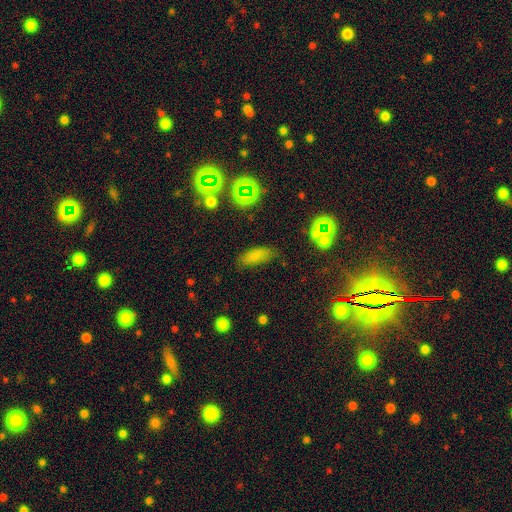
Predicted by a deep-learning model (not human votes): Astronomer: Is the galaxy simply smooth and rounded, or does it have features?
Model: smooth — 76%.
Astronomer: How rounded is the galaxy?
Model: in between — 76%.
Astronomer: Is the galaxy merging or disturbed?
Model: none — 76%.